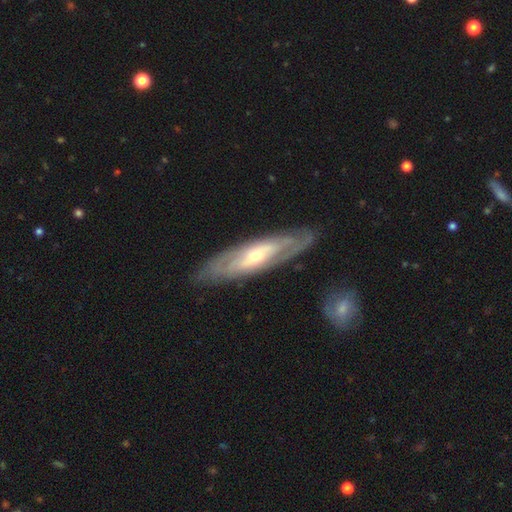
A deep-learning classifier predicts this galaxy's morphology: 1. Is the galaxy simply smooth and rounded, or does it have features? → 76% featured or disk, 18% smooth, 5% star or artifact.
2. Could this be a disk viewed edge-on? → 70% no, 30% yes.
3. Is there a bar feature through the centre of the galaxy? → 53% no, 31% weak, 16% strong.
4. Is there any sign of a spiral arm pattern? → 73% yes, 27% no.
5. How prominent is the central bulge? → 52% moderate, 42% small, 3% large, 1% none, 1% dominant.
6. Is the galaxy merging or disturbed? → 83% none, 12% minor disturbance, 3% major disturbance, 2% merger.